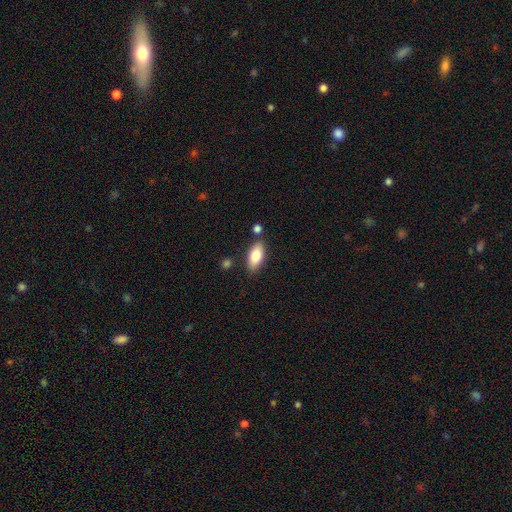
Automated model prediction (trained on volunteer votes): smooth_or_featured: smooth (p=0.81) [alt: featured or disk p=0.13]
how_rounded: in between (p=0.87) [alt: cigar-shaped p=0.10]
merging: none (p=0.80) [alt: minor disturbance p=0.12]